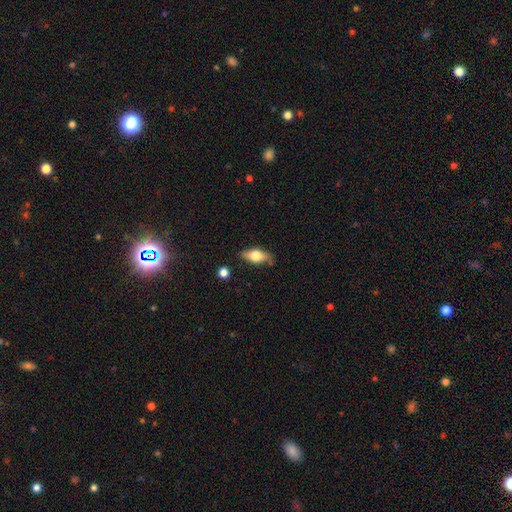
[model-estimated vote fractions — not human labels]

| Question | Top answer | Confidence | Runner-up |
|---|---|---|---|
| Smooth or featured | smooth | 59% | featured or disk (34%) |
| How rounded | in between | 80% | cigar-shaped (15%) |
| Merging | none | 73% | minor disturbance (20%) |